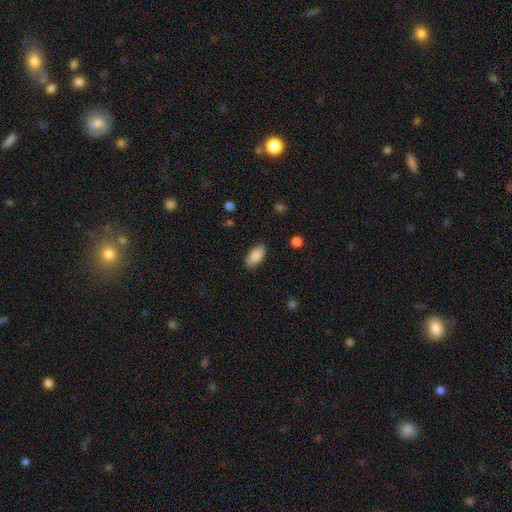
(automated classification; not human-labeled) A smooth galaxy with no disk features (89%) that is in between round and cigar-shaped (91%). Merging: none (87%).